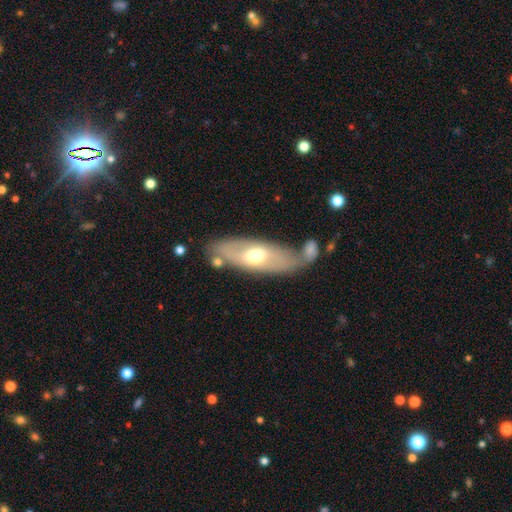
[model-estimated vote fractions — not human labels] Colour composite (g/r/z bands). It shows a smooth galaxy with no disk features (49%). Merging: none (62%).